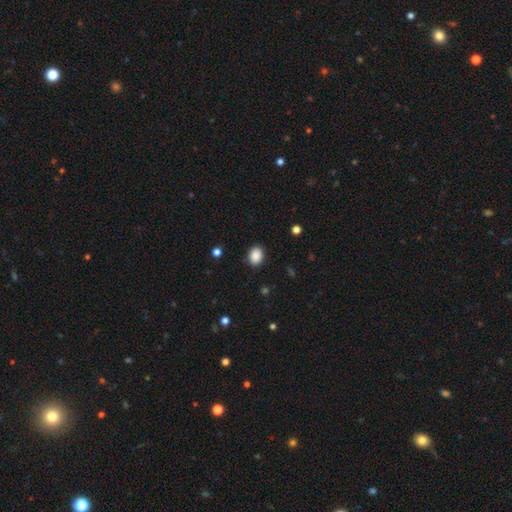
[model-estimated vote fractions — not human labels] A smooth galaxy with no disk features (89%) that is in between round and cigar-shaped (60%).

Vote fractions:
- Smooth or featured? smooth: 89% / star or artifact: 8% / featured or disk: 3%
- How rounded? in between: 60% / round: 39% / cigar-shaped: 1%
- Merging? none: 88% / minor disturbance: 8% / major disturbance: 2% / merger: 1%